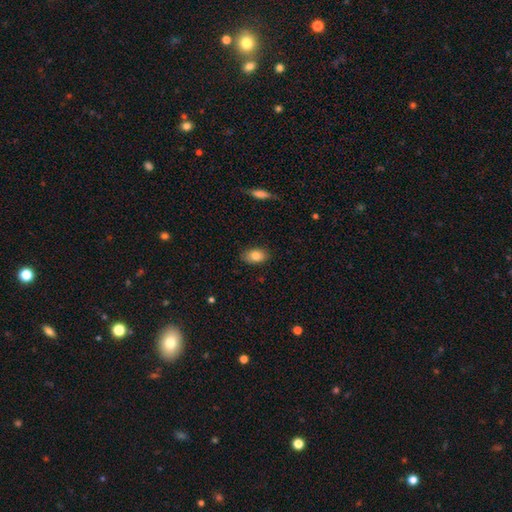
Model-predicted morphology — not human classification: Smooth or featured?
  - smooth: 83% *
  - featured or disk: 9%
  - star or artifact: 8%
How rounded?
  - in between: 89% *
  - round: 9%
  - cigar-shaped: 2%
Merging?
  - none: 85% *
  - minor disturbance: 11%
  - major disturbance: 2%
  - merger: 1%